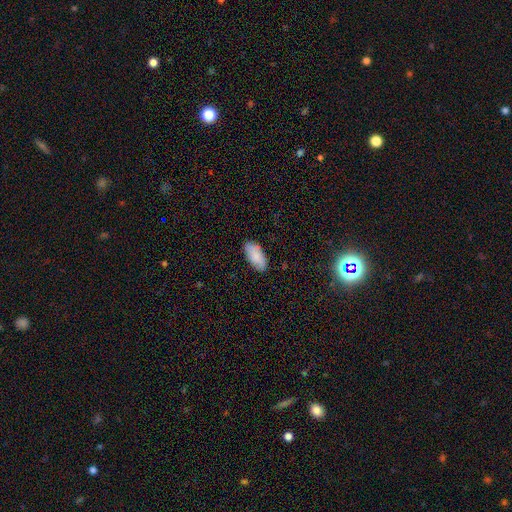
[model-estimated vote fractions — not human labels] Smooth or featured? Predicted: smooth (p=0.85). How rounded? Predicted: in between (p=0.93). Merging? Predicted: none (p=0.84).